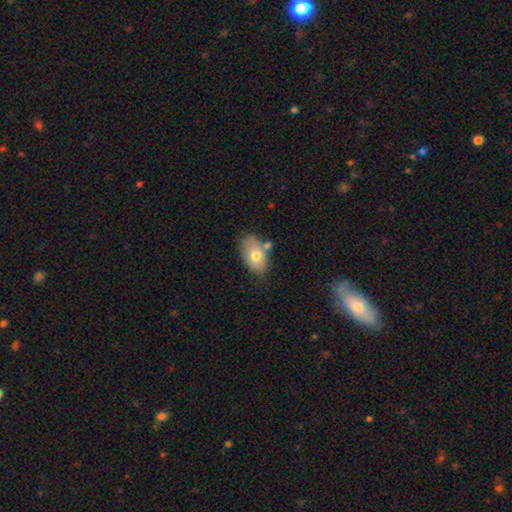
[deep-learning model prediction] Overall: smooth (74%). How rounded: in between (91%). Merging: none (65%).